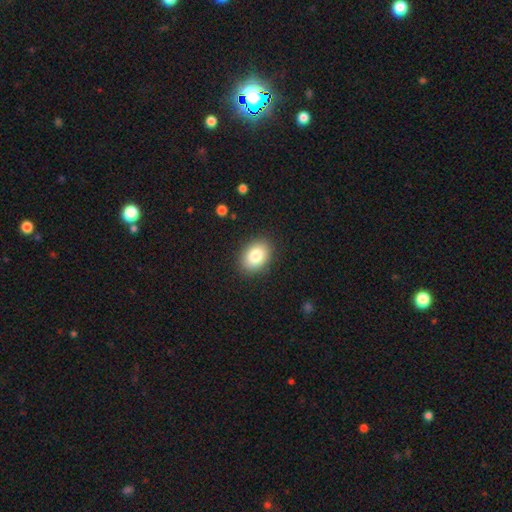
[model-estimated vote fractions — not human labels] A smooth galaxy with no disk features (84%) that is in between round and cigar-shaped (76%).

Vote fractions:
- Smooth or featured? smooth: 84% / featured or disk: 9% / star or artifact: 8%
- How rounded? in between: 76% / round: 24% / cigar-shaped: 1%
- Merging? none: 88% / minor disturbance: 9% / major disturbance: 3% / merger: 1%